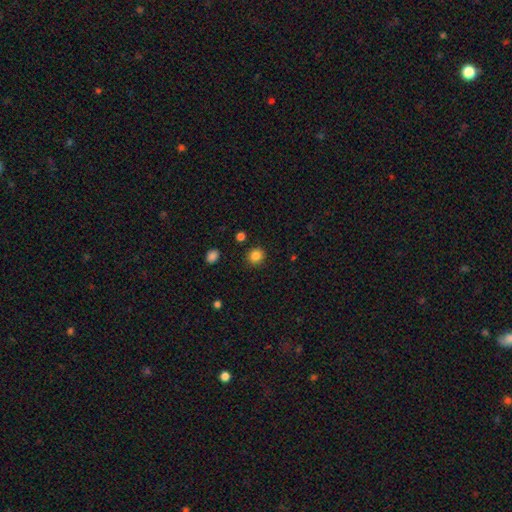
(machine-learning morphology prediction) This is clearly a smooth galaxy (85%). How rounded: clearly round (89%). Merging: clearly none (89%).